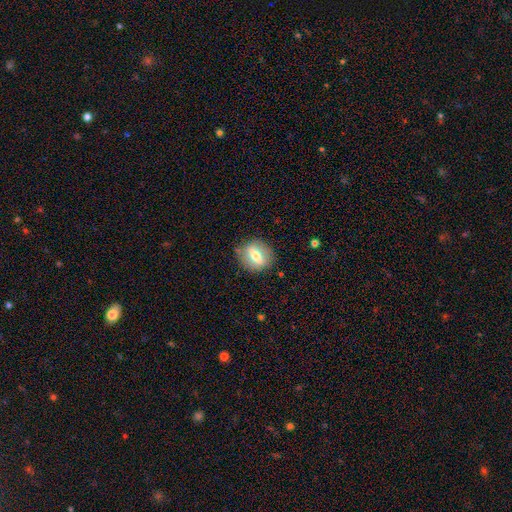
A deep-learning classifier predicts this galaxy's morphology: Q: Smooth or featured?
A: smooth (57%); runner-up: featured or disk (35%)
Q: How rounded?
A: round (57%); runner-up: in between (39%)
Q: Merging?
A: none (80%); runner-up: minor disturbance (14%)